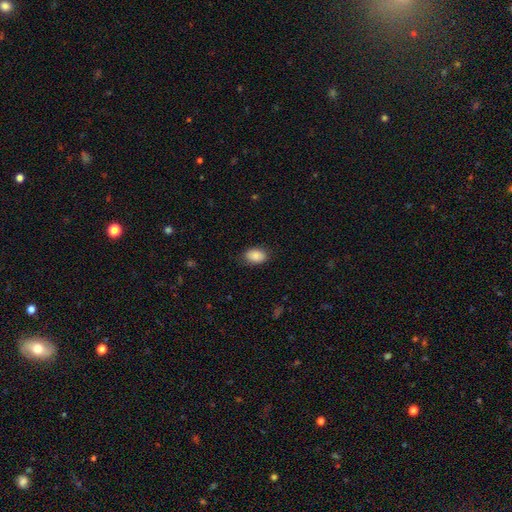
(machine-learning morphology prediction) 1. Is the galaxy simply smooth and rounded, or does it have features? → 88% smooth, 7% star or artifact, 5% featured or disk.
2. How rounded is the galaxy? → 86% in between, 13% round, 1% cigar-shaped.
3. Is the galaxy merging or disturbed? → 84% none, 12% minor disturbance, 3% major disturbance, 1% merger.